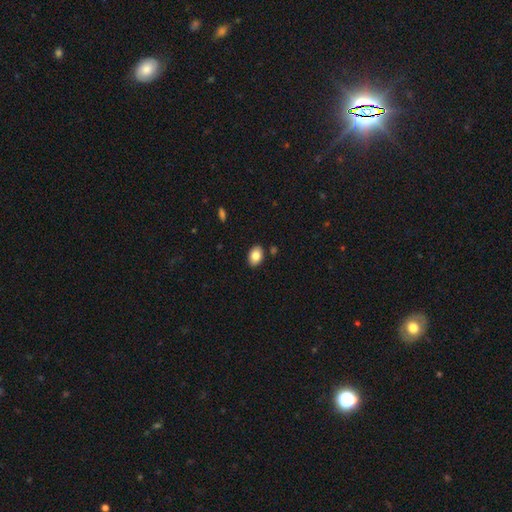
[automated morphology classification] A smooth galaxy with no disk features (83%) that is in between round and cigar-shaped (87%).

Vote fractions:
- Smooth or featured? smooth: 83% / featured or disk: 9% / star or artifact: 7%
- How rounded? in between: 87% / round: 12% / cigar-shaped: 1%
- Merging? none: 87% / minor disturbance: 9% / merger: 2% / major disturbance: 2%